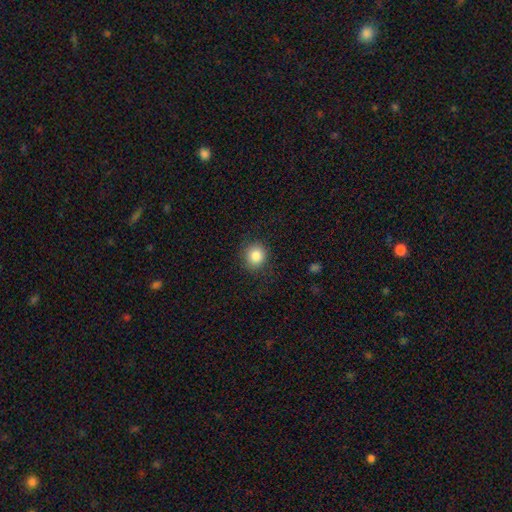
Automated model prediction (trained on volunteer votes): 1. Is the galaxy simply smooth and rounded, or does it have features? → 85% smooth, 10% star or artifact, 5% featured or disk.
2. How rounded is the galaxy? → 85% round, 14% in between, 1% cigar-shaped.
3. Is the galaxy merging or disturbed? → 87% none, 9% minor disturbance, 3% major disturbance, 1% merger.